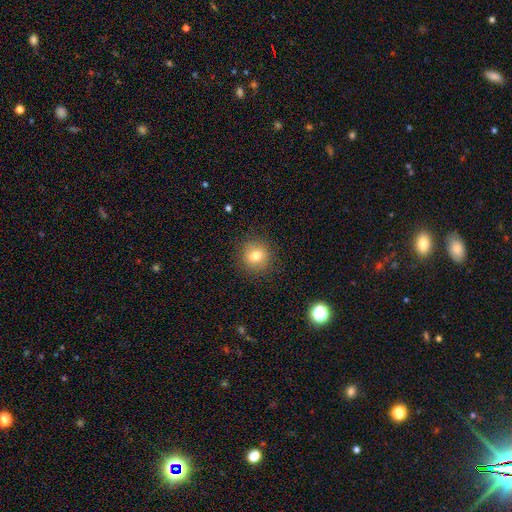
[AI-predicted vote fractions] A smooth galaxy with no disk features (75%) that is round (89%).

Vote fractions:
- Smooth or featured? smooth: 75% / featured or disk: 13% / star or artifact: 11%
- How rounded? round: 89% / in between: 10% / cigar-shaped: 1%
- Merging? none: 89% / minor disturbance: 8% / major disturbance: 3% / merger: 1%